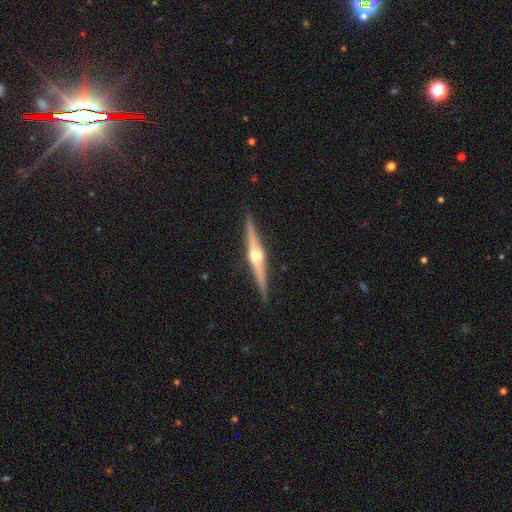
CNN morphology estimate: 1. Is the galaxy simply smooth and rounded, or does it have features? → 82% featured or disk, 12% smooth, 5% star or artifact.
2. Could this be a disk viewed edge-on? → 98% yes, 2% no.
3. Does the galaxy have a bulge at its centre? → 94% rounded, 3% boxy, 2% none.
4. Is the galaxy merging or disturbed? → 90% none, 7% minor disturbance, 1% major disturbance, 1% merger.